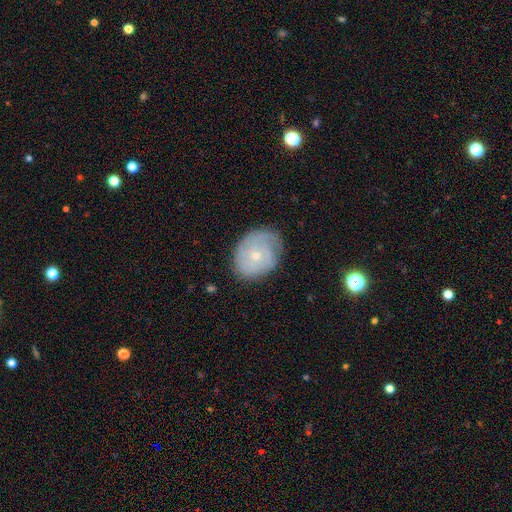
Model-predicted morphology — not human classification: Smooth or featured?
  - featured or disk: 58% *
  - smooth: 34%
  - star or artifact: 8%
Edge-on disk?
  - no: 96% *
  - yes: 4%
Bar?
  - no: 82% *
  - weak: 16%
  - strong: 2%
Spiral arms?
  - yes: 79% *
  - no: 21%
Bulge size?
  - small: 65% *
  - moderate: 31%
  - none: 1%
  - large: 1%
  - dominant: 1%
Merging?
  - none: 67% *
  - minor disturbance: 23%
  - major disturbance: 8%
  - merger: 1%